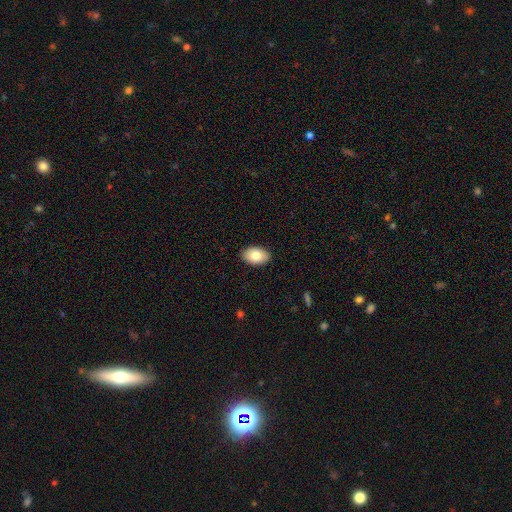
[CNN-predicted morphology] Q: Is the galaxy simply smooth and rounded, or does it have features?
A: smooth — 82%.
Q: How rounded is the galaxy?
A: in between — 91%.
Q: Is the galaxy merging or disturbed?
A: none — 90%.